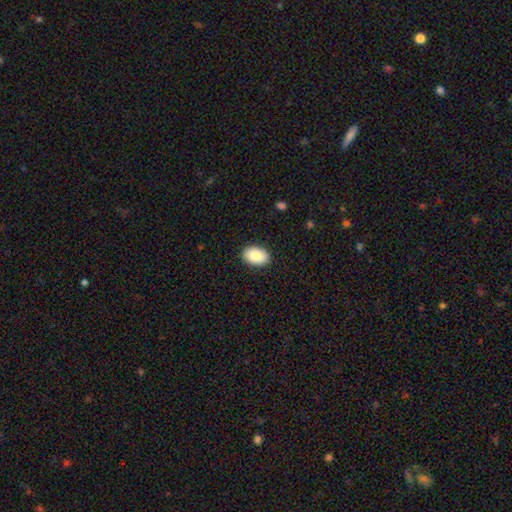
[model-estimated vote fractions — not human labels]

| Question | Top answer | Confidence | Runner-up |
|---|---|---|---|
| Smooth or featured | smooth | 85% | featured or disk (8%) |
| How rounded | in between | 87% | round (12%) |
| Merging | none | 90% | minor disturbance (8%) |